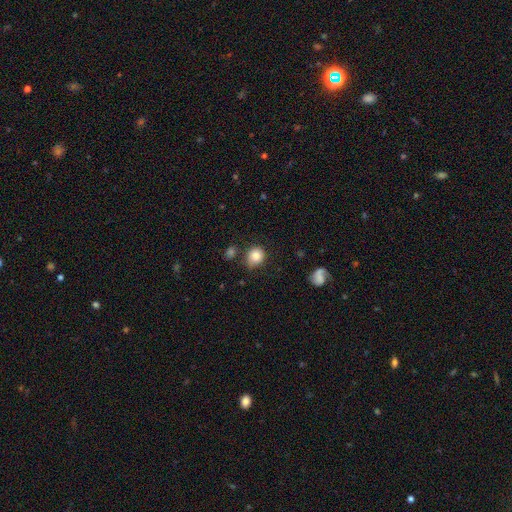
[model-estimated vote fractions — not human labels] Smooth or featured? Predicted: smooth (p=0.83). How rounded? Predicted: round (p=0.81). Merging? Predicted: none (p=0.70).